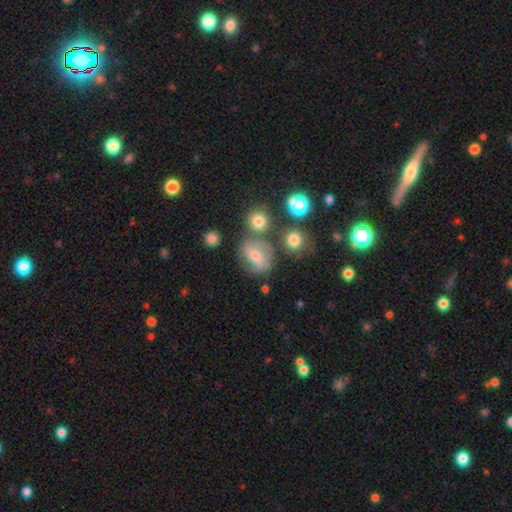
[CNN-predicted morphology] Q: Smooth or featured?
A: smooth (45%); runner-up: featured or disk (42%)
Q: Merging?
A: none (54%); runner-up: minor disturbance (19%)